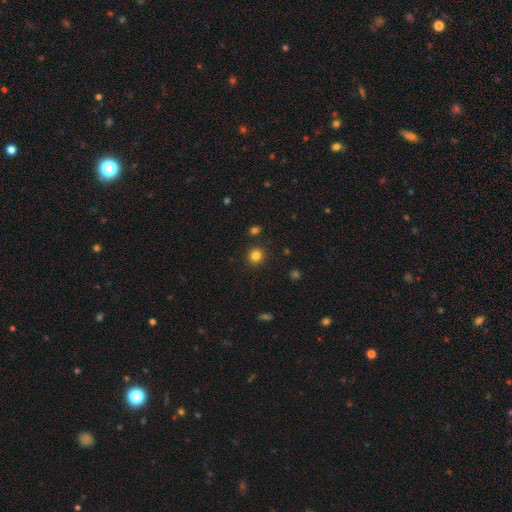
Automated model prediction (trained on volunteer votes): A smooth galaxy with no disk features (82%) that is round (92%). Merging: none (90%).